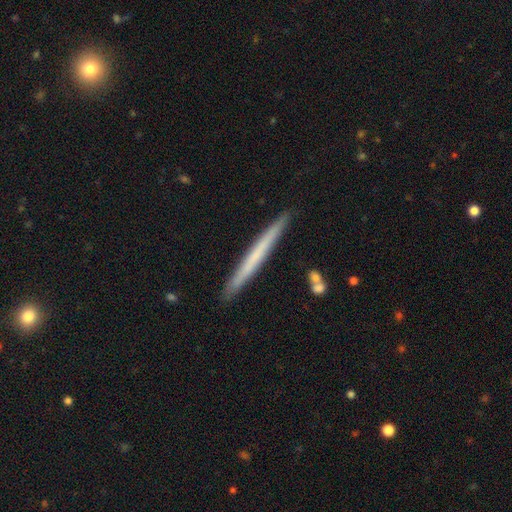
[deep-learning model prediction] smooth 52%, featured or disk 42%, star or artifact 6%. Down the decision tree: how rounded — cigar-shaped (97%); merging — none (91%).